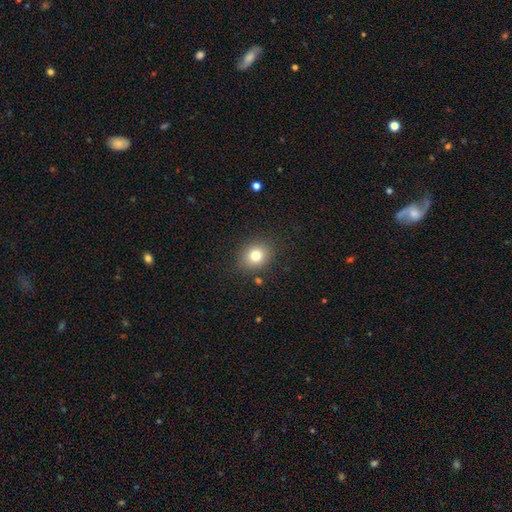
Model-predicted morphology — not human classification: smooth-or-featured: smooth: 79% | star or artifact: 12% | featured or disk: 10%
  how-rounded: round: 64% | in between: 35% | cigar-shaped: 1%
  merging: none: 85% | minor disturbance: 9% | major disturbance: 3% | merger: 2%